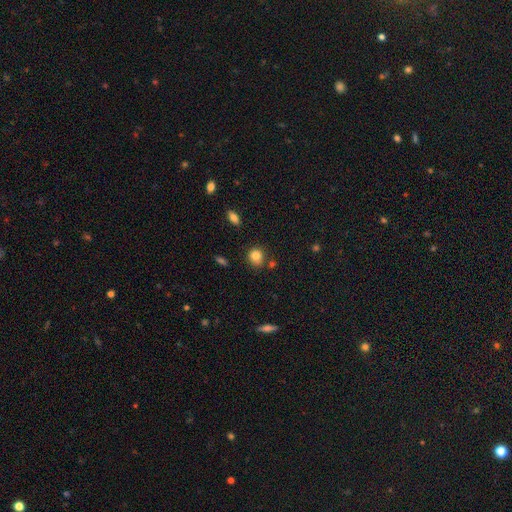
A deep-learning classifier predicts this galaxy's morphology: Q: Smooth or featured?
A: smooth (83%); runner-up: star or artifact (11%)
Q: How rounded?
A: round (79%); runner-up: in between (20%)
Q: Merging?
A: none (73%); runner-up: minor disturbance (16%)